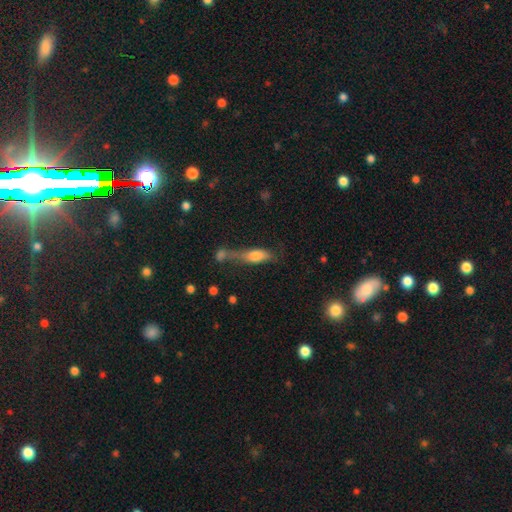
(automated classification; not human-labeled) Overall: smooth (68%). How rounded: in between (57%; cigar-shaped 39%). Merging: merger (33%; none 31%).